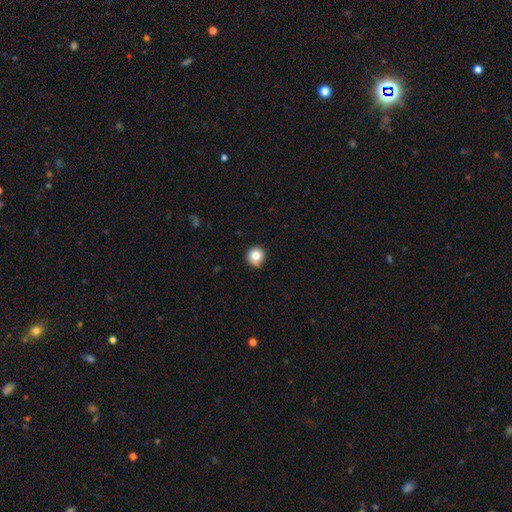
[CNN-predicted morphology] Q: Smooth or featured?
A: smooth (82%); runner-up: star or artifact (10%)
Q: How rounded?
A: round (92%); runner-up: in between (7%)
Q: Merging?
A: none (74%); runner-up: minor disturbance (21%)